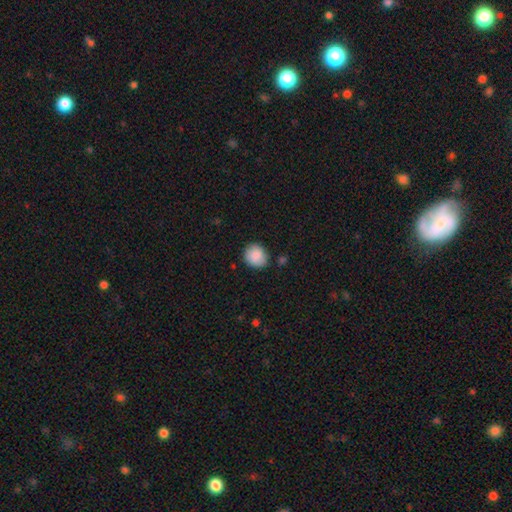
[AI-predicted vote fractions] A smooth galaxy with no disk features (88%) that is round (83%).

Vote fractions:
- Smooth or featured? smooth: 88% / star or artifact: 7% / featured or disk: 5%
- How rounded? round: 83% / in between: 16% / cigar-shaped: 1%
- Merging? none: 82% / minor disturbance: 13% / major disturbance: 3% / merger: 2%